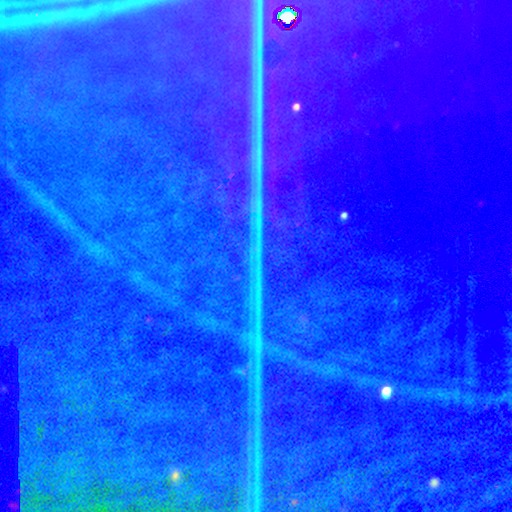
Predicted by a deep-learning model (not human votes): Smooth or featured? Predicted: star or artifact (p=0.88).